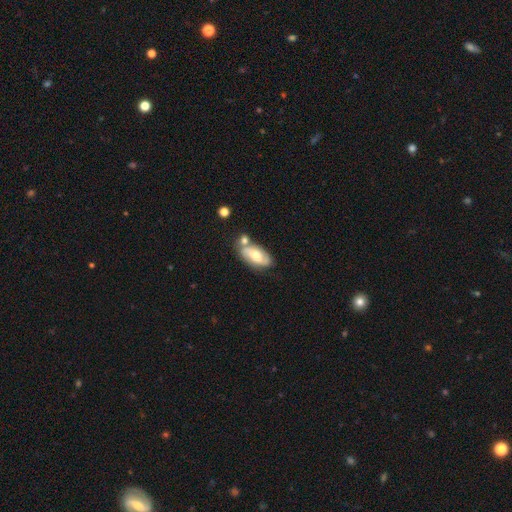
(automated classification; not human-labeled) This appears to be a smooth galaxy with no disk features (47%). Merging: none (57%).